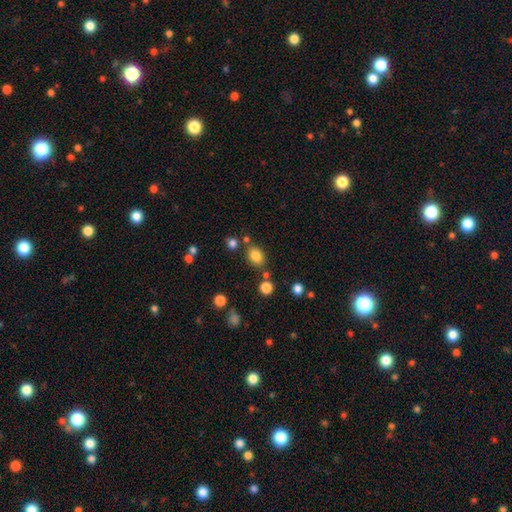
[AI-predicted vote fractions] smooth 82%, star or artifact 12%, featured or disk 6%. Down the decision tree: how rounded — in between (60%); merging — none (77%).